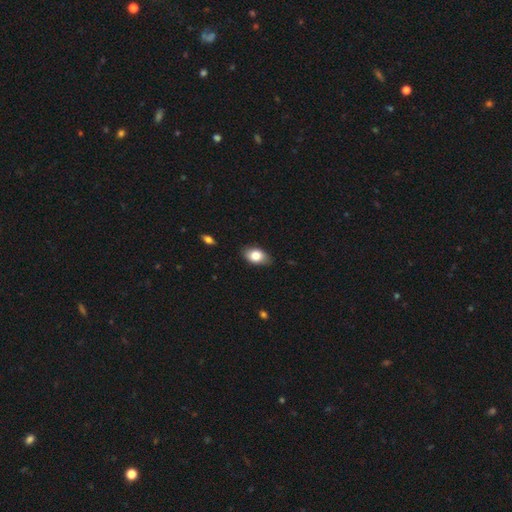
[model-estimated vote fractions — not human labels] Smooth or featured? Predicted: smooth (p=0.81). How rounded? Predicted: in between (p=0.89). Merging? Predicted: none (p=0.83).